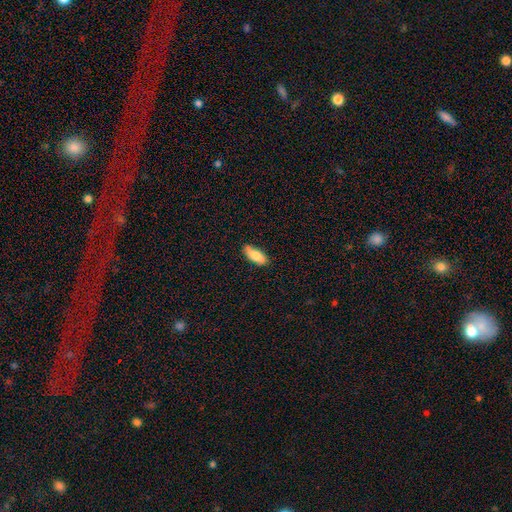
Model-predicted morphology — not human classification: smooth_or_featured: smooth (p=0.81) [alt: featured or disk p=0.13]
how_rounded: in between (p=0.83) [alt: cigar-shaped p=0.15]
merging: none (p=0.79) [alt: minor disturbance p=0.17]